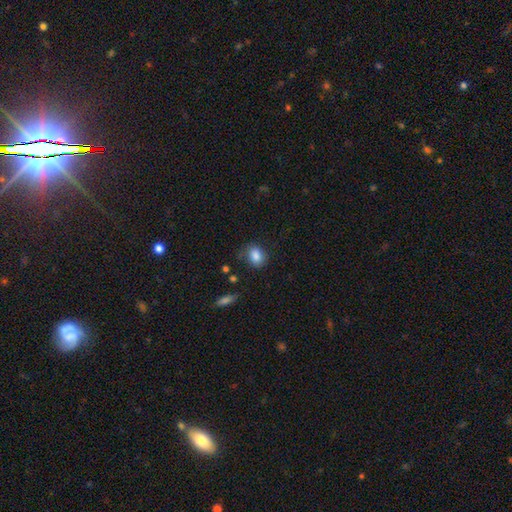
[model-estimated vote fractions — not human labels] Smooth or featured?
  - smooth: 84% *
  - star or artifact: 8%
  - featured or disk: 8%
How rounded?
  - in between: 61% *
  - round: 38%
  - cigar-shaped: 1%
Merging?
  - none: 71% *
  - minor disturbance: 21%
  - major disturbance: 6%
  - merger: 2%